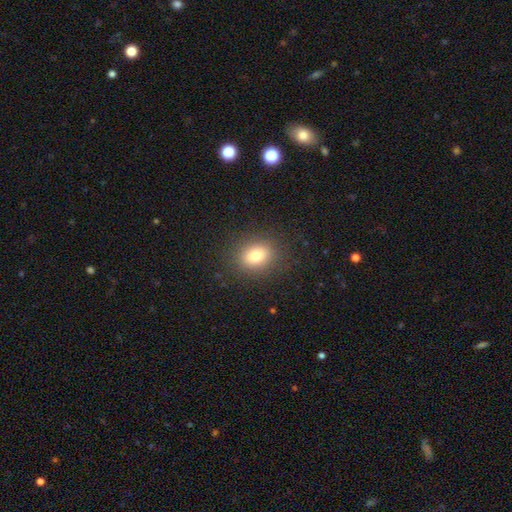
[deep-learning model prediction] smooth-or-featured: smooth: 77% | star or artifact: 13% | featured or disk: 10%
  how-rounded: round: 51% | in between: 48% | cigar-shaped: 1%
  merging: none: 87% | minor disturbance: 8% | major disturbance: 4% | merger: 1%